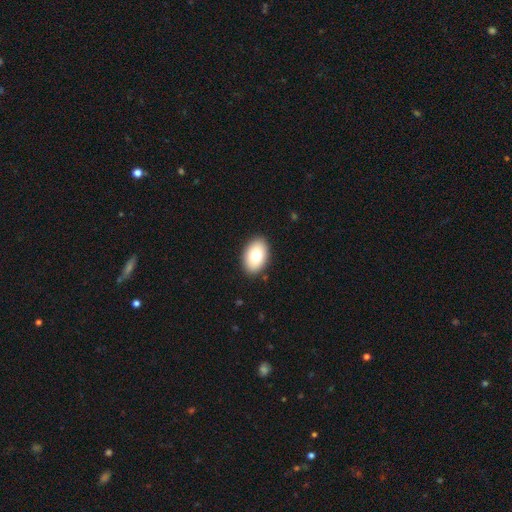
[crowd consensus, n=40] A smooth galaxy with no disk features (80%) that is in between round and cigar-shaped (91%).

Vote fractions:
- Smooth or featured? smooth: 80% / featured or disk: 15% / star or artifact: 5%
- How rounded? in between: 91% / round: 9% / cigar-shaped: 0%
- Merging? none: 84% / minor disturbance: 11% / major disturbance: 3% / merger: 3%